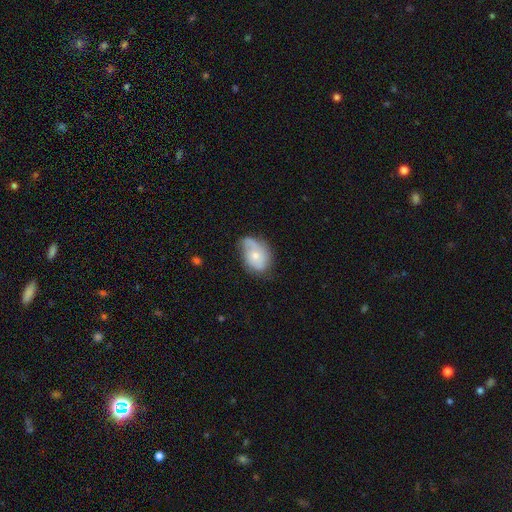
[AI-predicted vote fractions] A featured or disk galaxy (47%). Merging: none (44%).